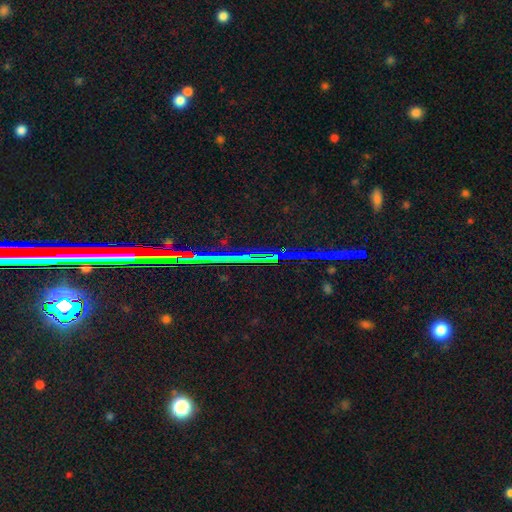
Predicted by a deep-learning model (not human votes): Smooth or featured? Predicted: star or artifact (p=0.82).